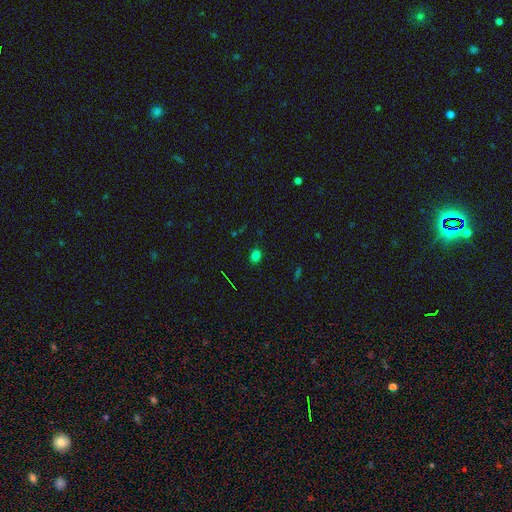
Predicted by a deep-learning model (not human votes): Smooth or featured: smooth — 75% (star or artifact — 20%)
How rounded: in between — 52% (round — 46%)
Merging: none — 86% (minor disturbance — 10%)